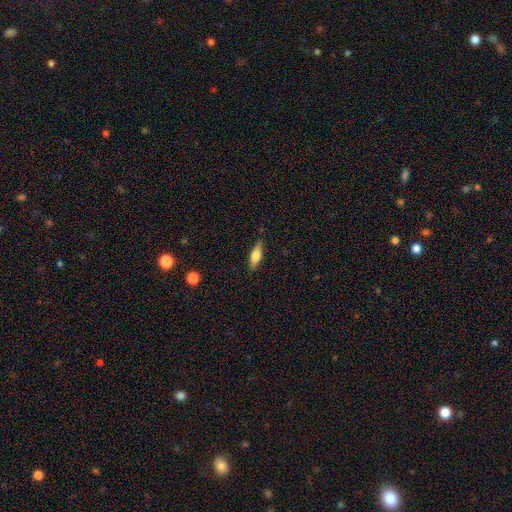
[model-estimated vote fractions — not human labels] Overall: smooth (69%). How rounded: in between (55%; cigar-shaped 42%). Merging: none (85%).